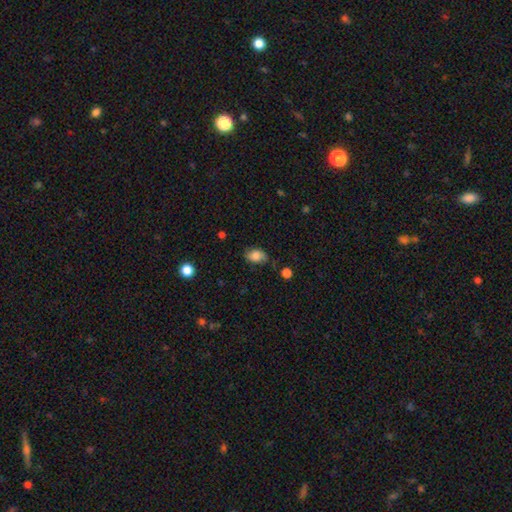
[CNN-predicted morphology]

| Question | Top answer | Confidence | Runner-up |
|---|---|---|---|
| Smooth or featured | smooth | 78% | featured or disk (14%) |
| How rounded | in between | 81% | round (17%) |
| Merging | none | 66% | minor disturbance (26%) |